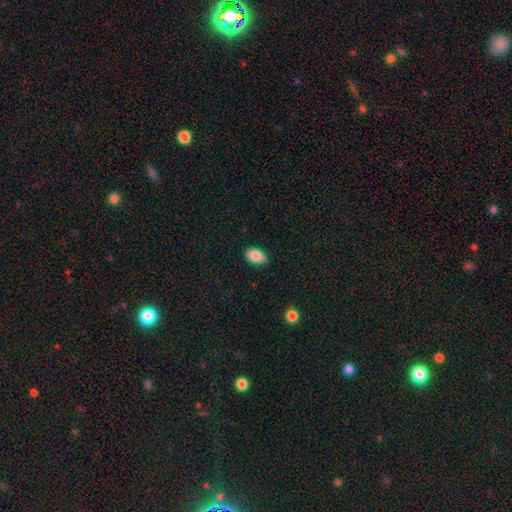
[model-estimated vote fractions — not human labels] Smooth or featured? smooth (89%)
How rounded? in between (91%)
Merging? none (86%)